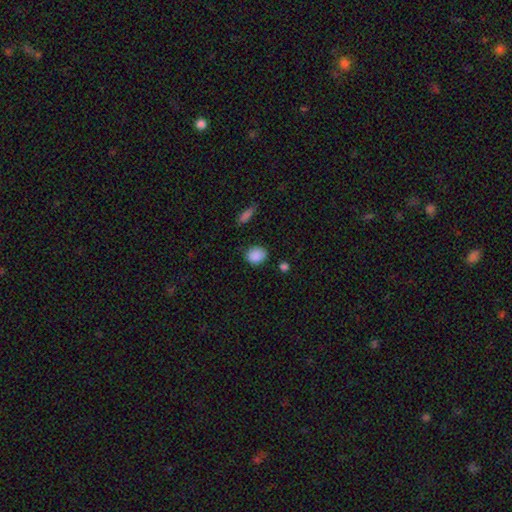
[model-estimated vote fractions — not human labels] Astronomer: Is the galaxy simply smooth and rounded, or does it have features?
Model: smooth — 88%.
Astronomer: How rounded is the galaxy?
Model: round — 54% (runner-up: in between, 45%).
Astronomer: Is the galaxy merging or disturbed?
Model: none — 82%.